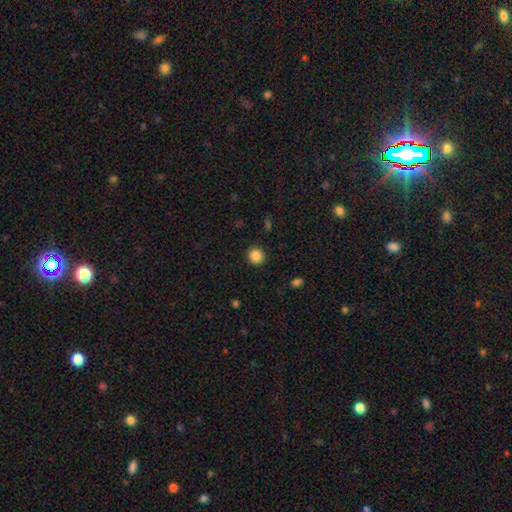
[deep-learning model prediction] smooth 86%, star or artifact 10%, featured or disk 4%. Down the decision tree: how rounded — round (93%); merging — none (92%).